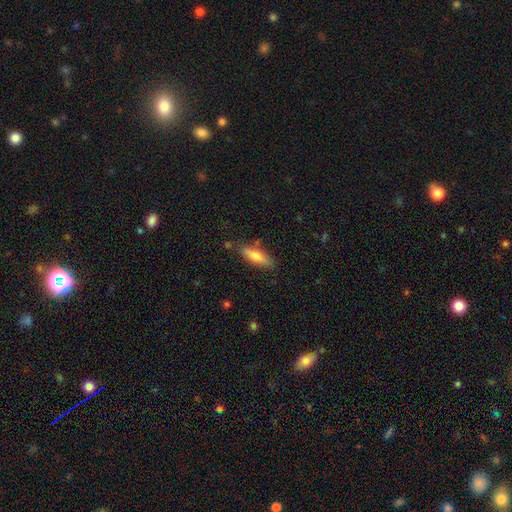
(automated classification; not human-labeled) Smooth or featured? smooth (71%)
How rounded? cigar-shaped (53%)
Merging? none (81%)